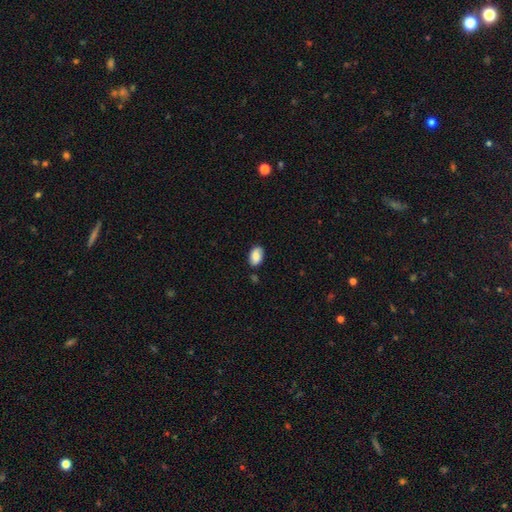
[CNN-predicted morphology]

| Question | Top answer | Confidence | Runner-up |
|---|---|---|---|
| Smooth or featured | smooth | 75% | featured or disk (17%) |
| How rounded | in between | 90% | round (8%) |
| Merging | none | 79% | minor disturbance (15%) |